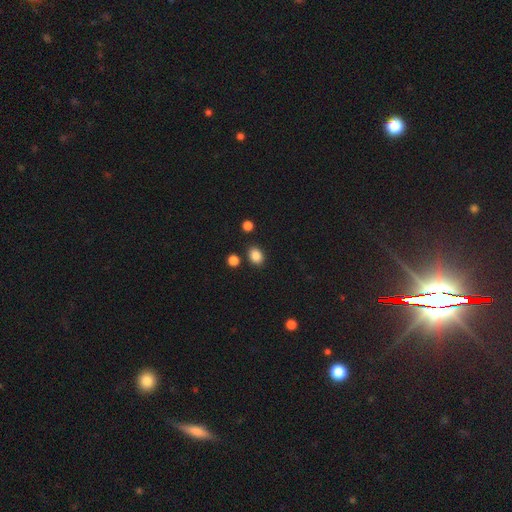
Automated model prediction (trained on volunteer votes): A smooth galaxy with no disk features (86%) that is in between round and cigar-shaped (57%).

Vote fractions:
- Smooth or featured? smooth: 86% / star or artifact: 10% / featured or disk: 4%
- How rounded? in between: 57% / round: 42% / cigar-shaped: 1%
- Merging? none: 84% / minor disturbance: 9% / merger: 5% / major disturbance: 2%